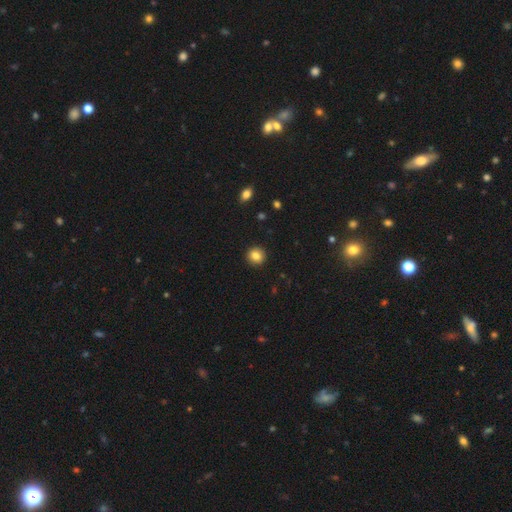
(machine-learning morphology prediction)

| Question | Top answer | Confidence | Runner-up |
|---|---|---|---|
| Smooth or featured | smooth | 84% | star or artifact (10%) |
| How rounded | round | 93% | in between (6%) |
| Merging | none | 93% | minor disturbance (5%) |